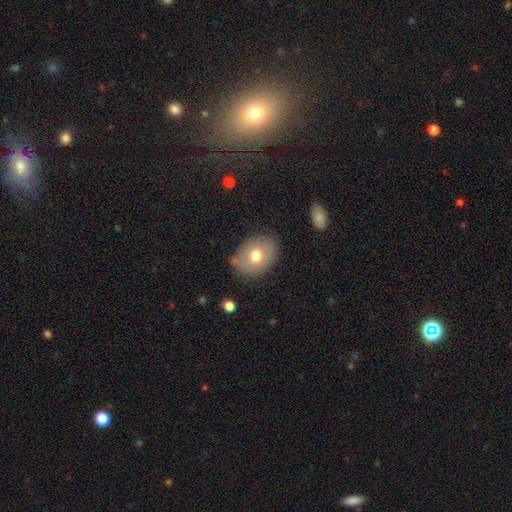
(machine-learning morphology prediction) A smooth galaxy with no disk features (67%) that is in between round and cigar-shaped (63%). Merging: none (75%).